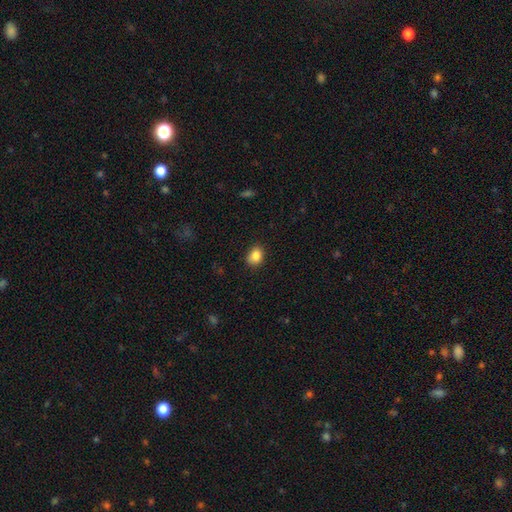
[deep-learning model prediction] Overall: smooth (85%). How rounded: in between (55%; round 44%). Merging: none (84%).